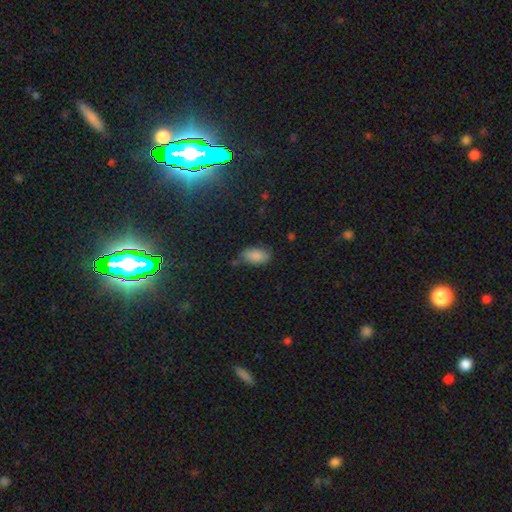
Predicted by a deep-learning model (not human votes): smooth 84%, star or artifact 9%, featured or disk 8%. Down the decision tree: how rounded — in between (93%); merging — none (65%).